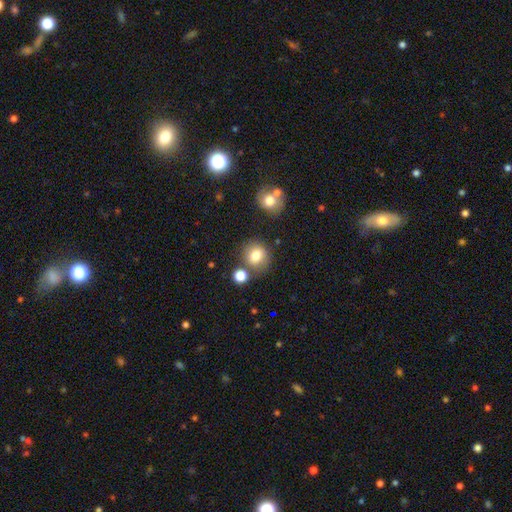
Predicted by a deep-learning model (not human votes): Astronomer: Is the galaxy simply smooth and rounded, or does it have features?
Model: smooth — 79%.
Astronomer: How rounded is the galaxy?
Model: round — 78%.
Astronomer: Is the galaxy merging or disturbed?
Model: none — 73%.